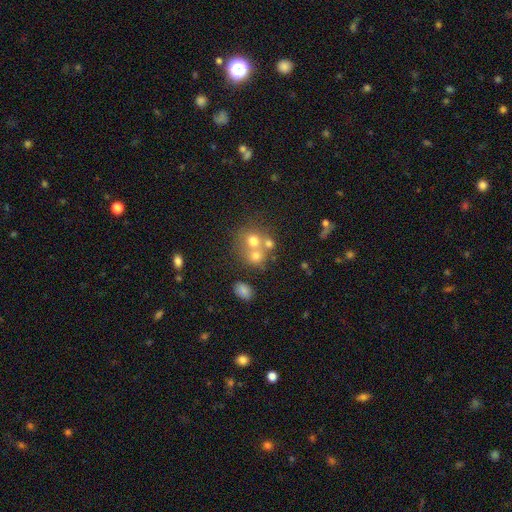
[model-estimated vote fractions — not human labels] smooth_or_featured: smooth (p=0.64) [alt: featured or disk p=0.20]
how_rounded: round (p=0.77) [alt: in between p=0.22]
merging: merger (p=0.49) [alt: none p=0.39]